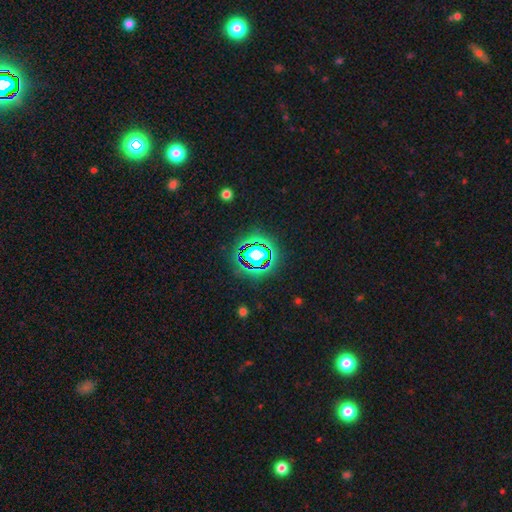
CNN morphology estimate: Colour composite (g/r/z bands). It shows a star or artifact, not a galaxy (76%).